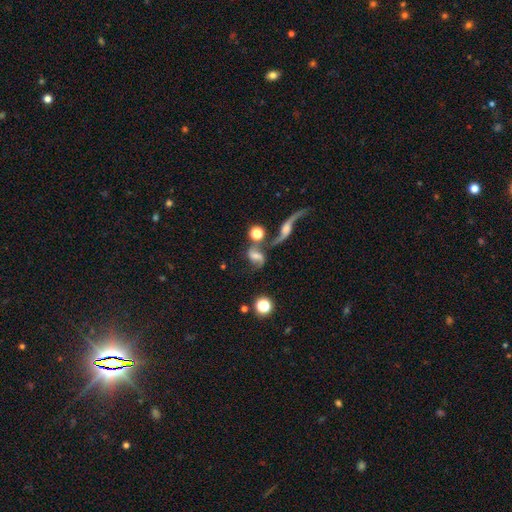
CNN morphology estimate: A featured or disk galaxy (66%) with a weak bar (45%), 2 (86%) loose (79%) spiral arms (90%) and a moderate central bulge (37%). Merging: none (40%).